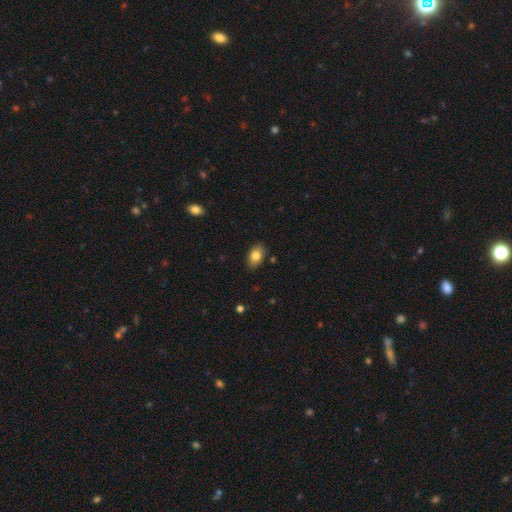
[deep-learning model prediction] The model was most divided on "smooth or featured": smooth: 80%, featured or disk: 12%, star or artifact: 8%. More confident: how rounded — in between (89%); merging — none (86%).